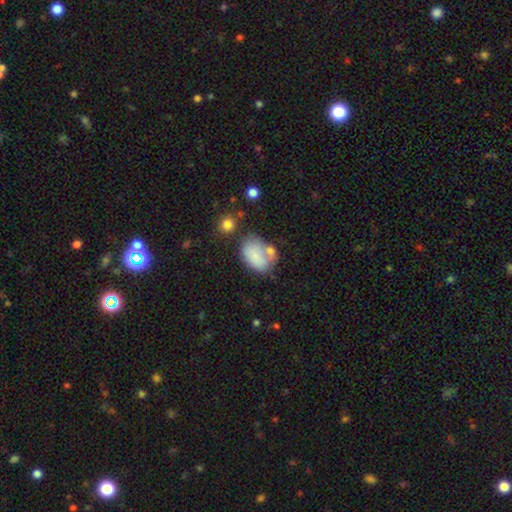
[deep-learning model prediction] Q: Smooth or featured?
A: smooth (75%); runner-up: featured or disk (17%)
Q: How rounded?
A: in between (83%); runner-up: round (16%)
Q: Merging?
A: none (39%); runner-up: merger (27%)